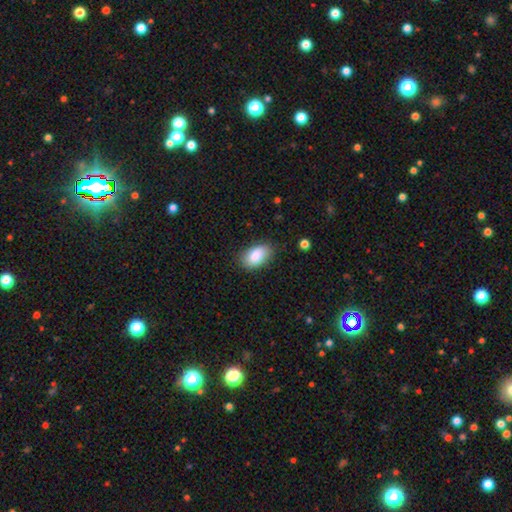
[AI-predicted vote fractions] Smooth or featured: smooth — 85% (featured or disk — 8%)
How rounded: in between — 92% (round — 7%)
Merging: none — 76% (minor disturbance — 19%)